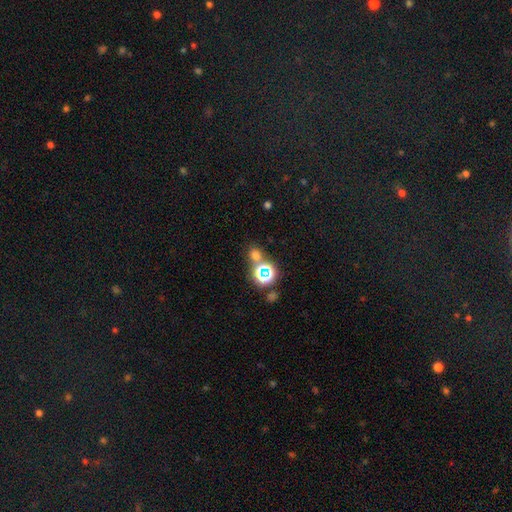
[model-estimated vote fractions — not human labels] The model was most divided on "smooth or featured": smooth: 57%, star or artifact: 36%, featured or disk: 7%. More confident: how rounded — round (73%); merging — none (66%).